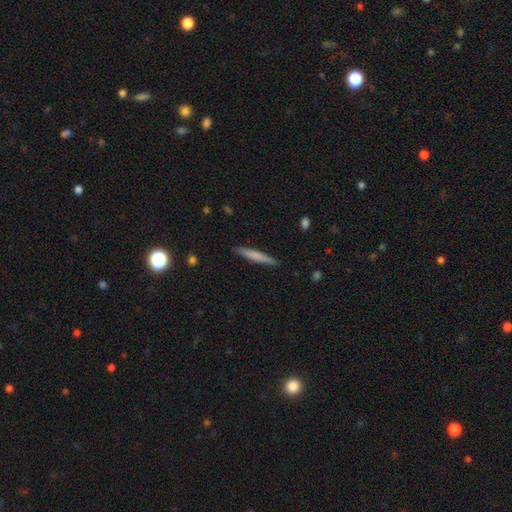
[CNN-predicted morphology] type=smooth (66%); roundness=cigar-shaped (95%); merging=none (90%).